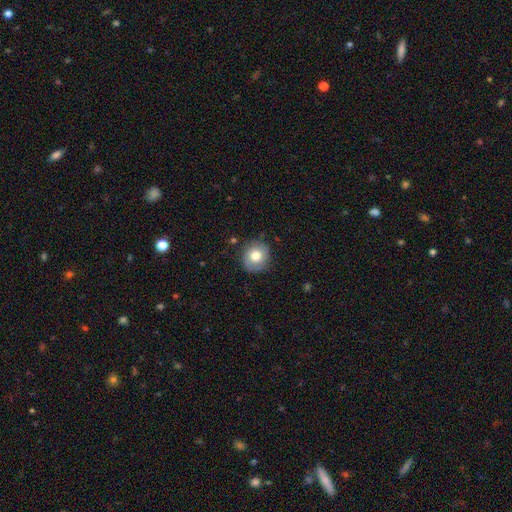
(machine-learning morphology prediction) Overall: smooth (74%). How rounded: round (87%). Merging: none (82%).